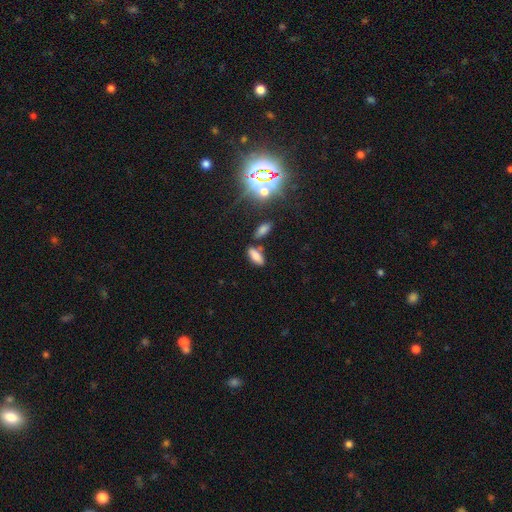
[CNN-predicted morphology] Smooth or featured? Predicted: smooth (p=0.77). How rounded? Predicted: in between (p=0.76). Merging? Predicted: none (p=0.67).